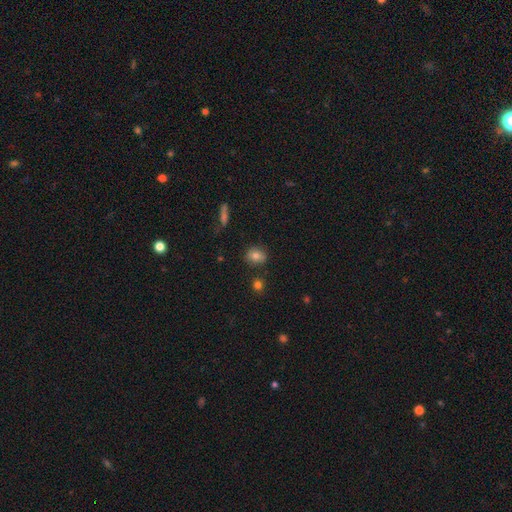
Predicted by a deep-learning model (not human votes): smooth-or-featured: smooth: 79% | featured or disk: 11% | star or artifact: 11%
  how-rounded: round: 59% | in between: 39% | cigar-shaped: 2%
  merging: none: 83% | minor disturbance: 11% | merger: 3% | major disturbance: 3%